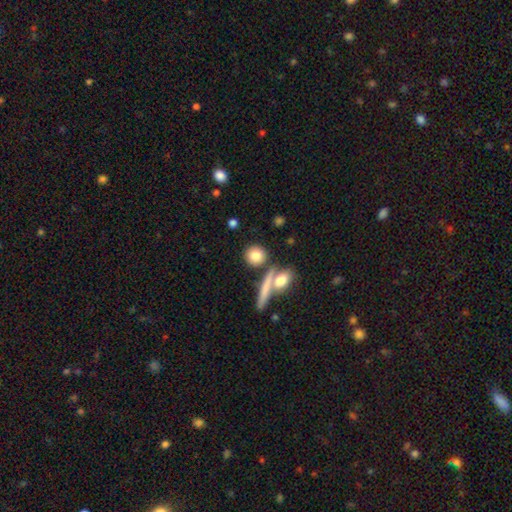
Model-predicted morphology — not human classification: Smooth or featured? smooth (81%)
How rounded? round (80%)
Merging? none (75%)